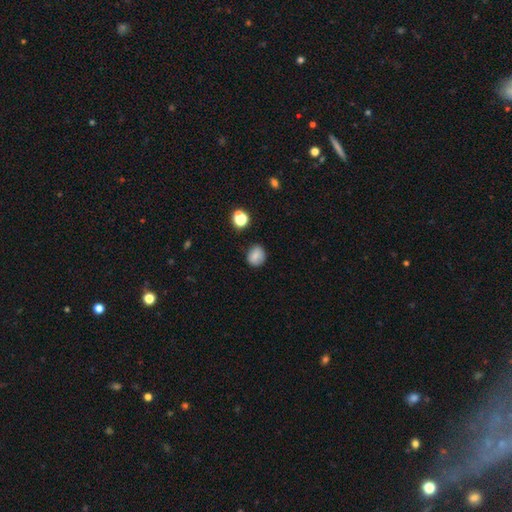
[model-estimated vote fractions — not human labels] Morphology: type=smooth (79%); roundness=round (71%); merging=none (79%).